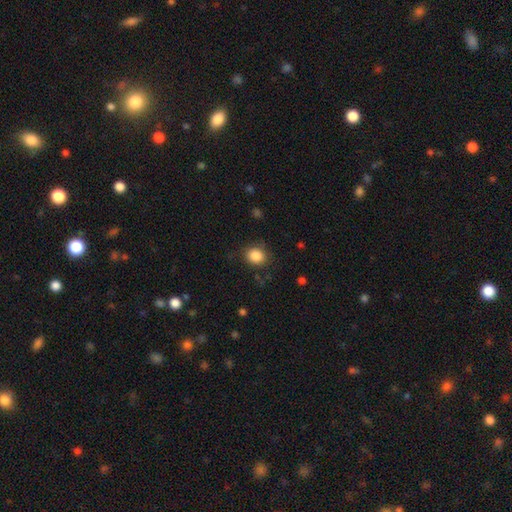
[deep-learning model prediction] Q: Smooth or featured?
A: smooth (86%); runner-up: star or artifact (10%)
Q: How rounded?
A: round (65%); runner-up: in between (34%)
Q: Merging?
A: none (82%); runner-up: minor disturbance (12%)